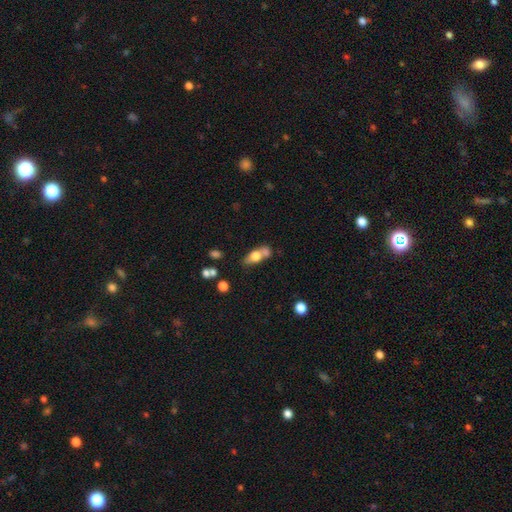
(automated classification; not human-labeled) smooth_or_featured: smooth (p=0.67) [alt: featured or disk p=0.25]
how_rounded: in between (p=0.73) [alt: round p=0.15]
merging: merger (p=0.42) [alt: none p=0.37]